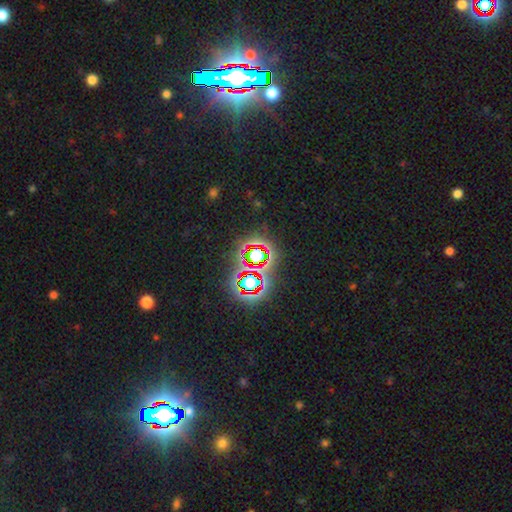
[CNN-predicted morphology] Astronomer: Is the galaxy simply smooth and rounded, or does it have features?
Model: star or artifact — 76%.